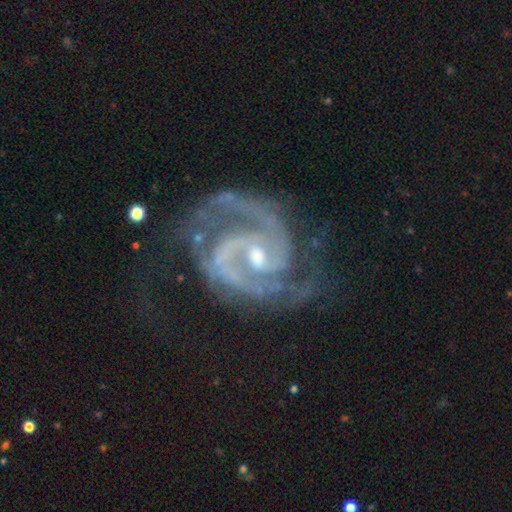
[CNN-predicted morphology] smooth-or-featured: featured or disk: 93% | star or artifact: 4% | smooth: 2%
  disk-edge-on: no: 98% | yes: 2%
    bar: weak: 47% | no: 35% | strong: 17%
    has-spiral-arms: yes: 99% | no: 1%
      spiral-winding: medium: 52% | tight: 41% | loose: 7%
      spiral-arm-count: 2: 87% | 3: 5% | can't tell: 3% | 1: 2% | 4: 2% | more than 4: 2%
    bulge-size: moderate: 49% | small: 45% | none: 3% | large: 3% | dominant: 1%
  merging: none: 66% | minor disturbance: 20% | major disturbance: 12% | merger: 2%